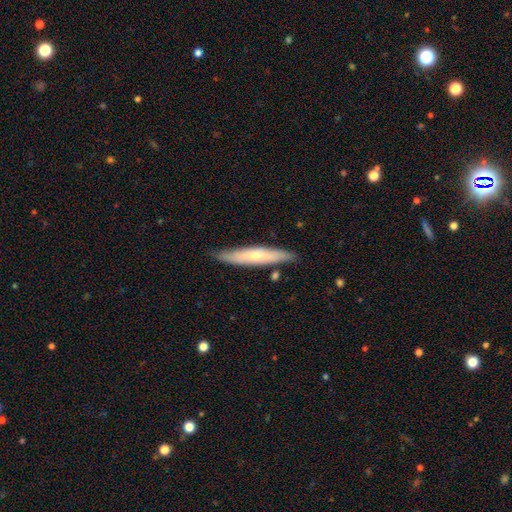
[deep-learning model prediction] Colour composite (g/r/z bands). It shows a smooth galaxy with no disk features (51%) that is cigar-shaped (88%). Merging: none (84%).